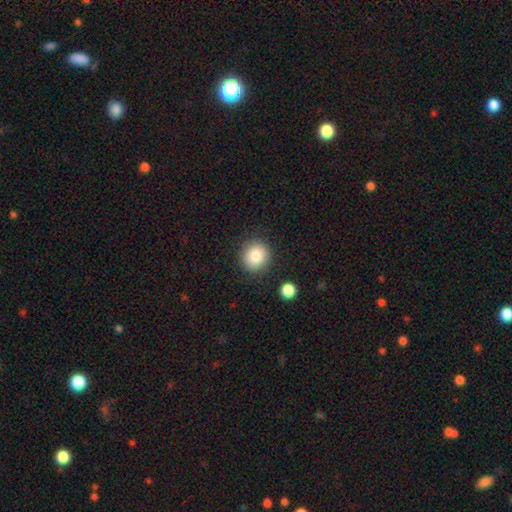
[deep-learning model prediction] A smooth galaxy with no disk features (83%) that is round (88%).

Vote fractions:
- Smooth or featured? smooth: 83% / star or artifact: 10% / featured or disk: 7%
- How rounded? round: 88% / in between: 11% / cigar-shaped: 1%
- Merging? none: 87% / minor disturbance: 8% / major disturbance: 3% / merger: 3%